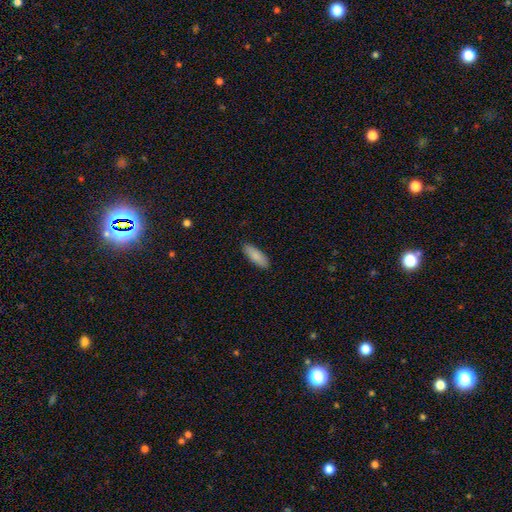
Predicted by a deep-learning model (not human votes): A smooth galaxy with no disk features (87%) that is in between round and cigar-shaped (67%). Merging: none (89%).